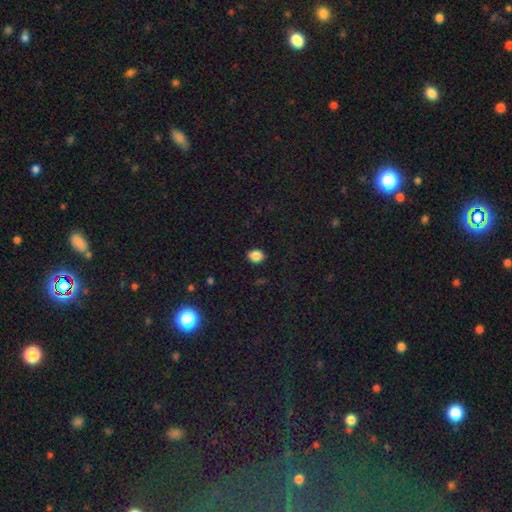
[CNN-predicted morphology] This is clearly a smooth galaxy (86%). How rounded: possibly in between (53%). Merging: clearly none (89%).